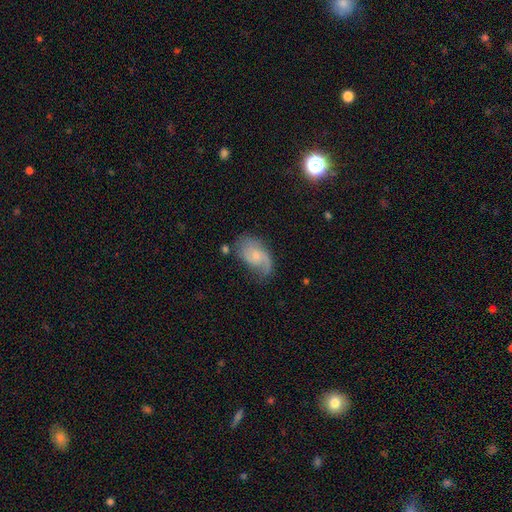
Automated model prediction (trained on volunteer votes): smooth_or_featured: featured or disk (p=0.68) [alt: smooth p=0.25]
disk_edge_on: no (p=0.96) [alt: yes p=0.04]
bar: no (p=0.67) [alt: weak p=0.30]
has_spiral_arms: yes (p=0.91) [alt: no p=0.09]
spiral_winding: medium (p=0.41) [alt: loose p=0.40]
spiral_arm_count: 2 (p=0.59) [alt: 1 p=0.26]
bulge_size: small (p=0.60) [alt: moderate p=0.31]
merging: none (p=0.57) [alt: minor disturbance p=0.26]